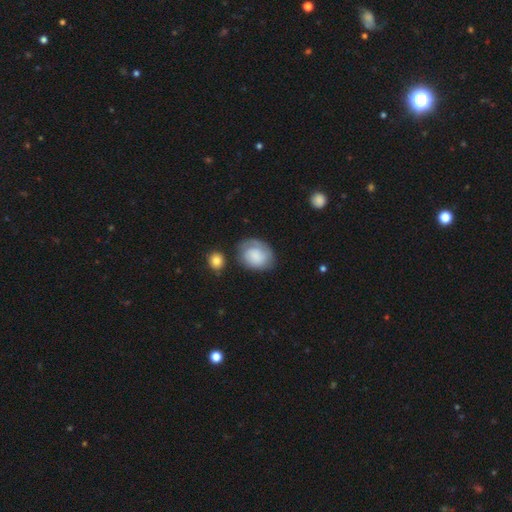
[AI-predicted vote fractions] Q: Smooth or featured?
A: smooth (57%); runner-up: featured or disk (35%)
Q: How rounded?
A: in between (54%); runner-up: round (45%)
Q: Merging?
A: none (62%); runner-up: minor disturbance (23%)